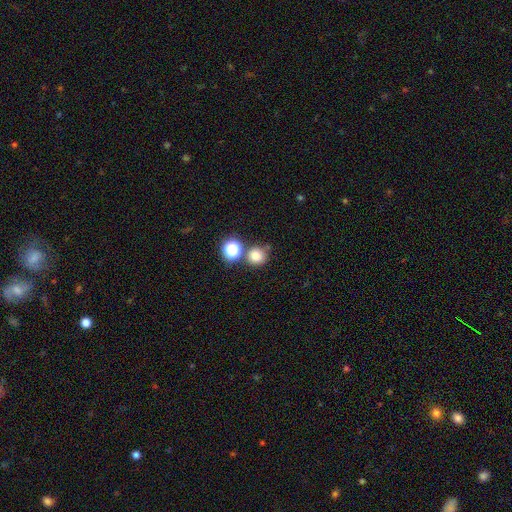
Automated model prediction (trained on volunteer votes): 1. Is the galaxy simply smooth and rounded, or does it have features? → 77% smooth, 16% star or artifact, 7% featured or disk.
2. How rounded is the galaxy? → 89% round, 10% in between, 1% cigar-shaped.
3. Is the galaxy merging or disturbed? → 68% none, 19% merger, 10% minor disturbance, 4% major disturbance.